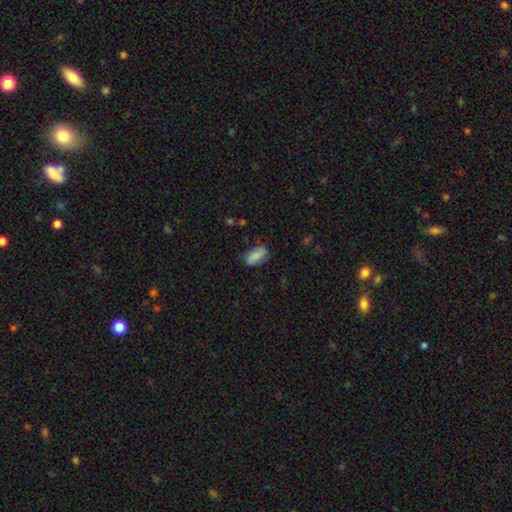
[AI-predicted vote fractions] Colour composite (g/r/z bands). It shows a smooth galaxy with no disk features (75%) that is in between round and cigar-shaped (91%). Merging: none (68%).